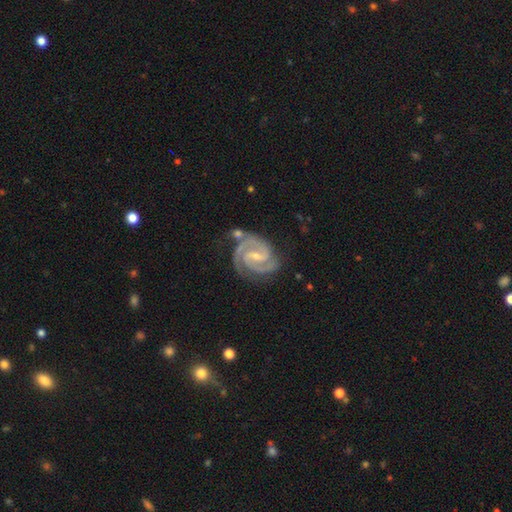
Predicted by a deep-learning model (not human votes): Smooth or featured?
  - featured or disk: 93% *
  - star or artifact: 4%
  - smooth: 3%
Edge-on disk?
  - no: 98% *
  - yes: 2%
Bar?
  - weak: 51% *
  - strong: 32%
  - no: 17%
Spiral arms?
  - yes: 99% *
  - no: 1%
Spiral winding?
  - tight: 60% *
  - medium: 36%
  - loose: 4%
Spiral arm count?
  - 2: 71% *
  - 3: 20%
  - can't tell: 3%
  - 4: 2%
  - 1: 2%
  - more than 4: 2%
Bulge size?
  - small: 68% *
  - moderate: 26%
  - none: 4%
  - large: 1%
  - dominant: 1%
Merging?
  - none: 66% *
  - minor disturbance: 19%
  - merger: 9%
  - major disturbance: 6%